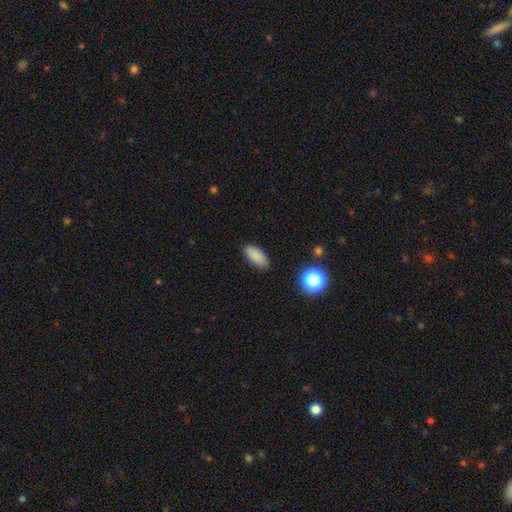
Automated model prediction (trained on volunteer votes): Overall: smooth (86%). How rounded: in between (88%). Merging: none (87%).